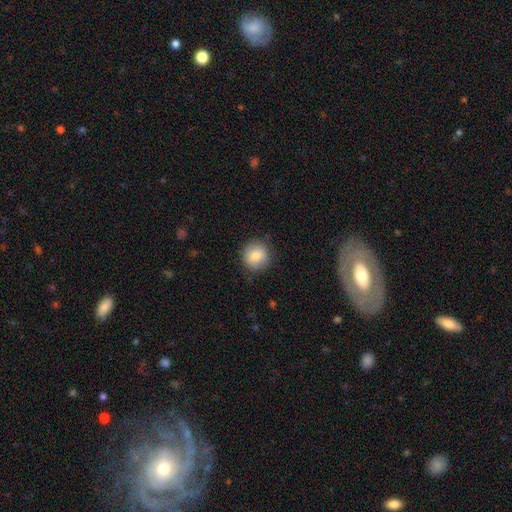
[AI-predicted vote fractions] A smooth galaxy with no disk features (84%) that is round (90%).

Vote fractions:
- Smooth or featured? smooth: 84% / star or artifact: 8% / featured or disk: 8%
- How rounded? round: 90% / in between: 9% / cigar-shaped: 1%
- Merging? none: 84% / minor disturbance: 12% / major disturbance: 3% / merger: 1%